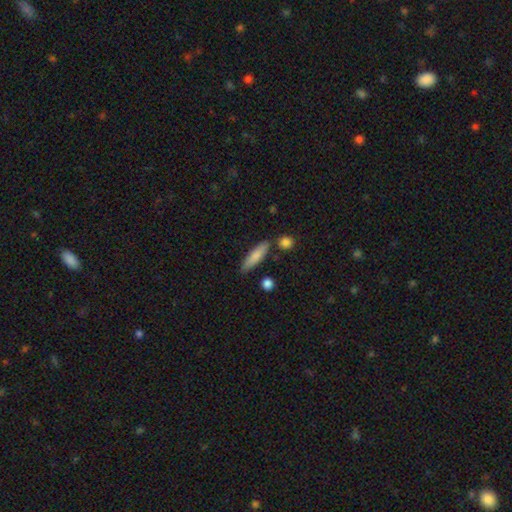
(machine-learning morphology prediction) smooth-or-featured: smooth: 79% | featured or disk: 15% | star or artifact: 6%
  how-rounded: cigar-shaped: 69% | in between: 28% | round: 2%
  merging: none: 80% | minor disturbance: 12% | merger: 5% | major disturbance: 3%